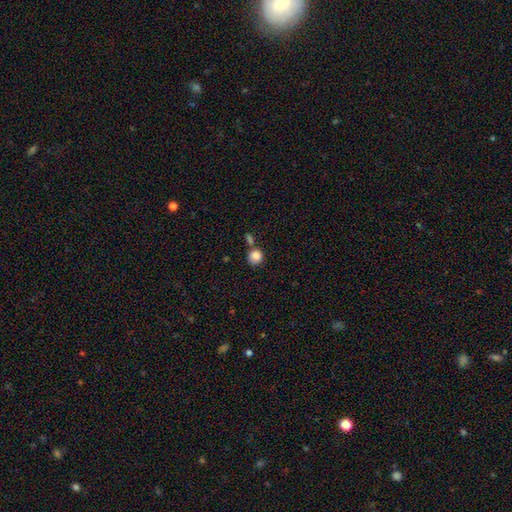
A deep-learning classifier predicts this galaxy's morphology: A smooth galaxy with no disk features (84%) that is round (85%).

Vote fractions:
- Smooth or featured? smooth: 84% / star or artifact: 9% / featured or disk: 7%
- How rounded? round: 85% / in between: 14% / cigar-shaped: 1%
- Merging? none: 57% / merger: 22% / minor disturbance: 16% / major disturbance: 6%